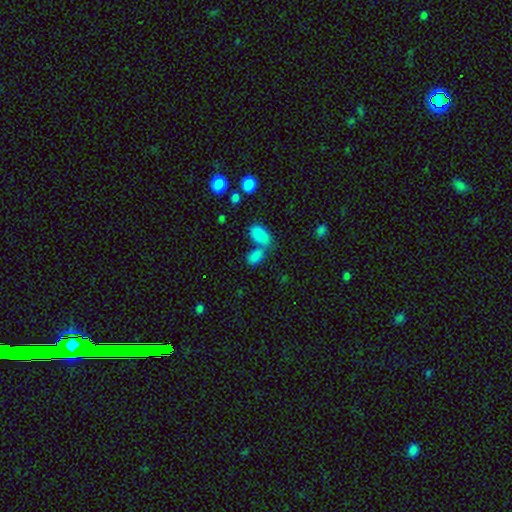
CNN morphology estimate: Smooth or featured: smooth — 82% (star or artifact — 11%)
How rounded: in between — 90% (round — 6%)
Merging: merger — 51% (none — 35%)